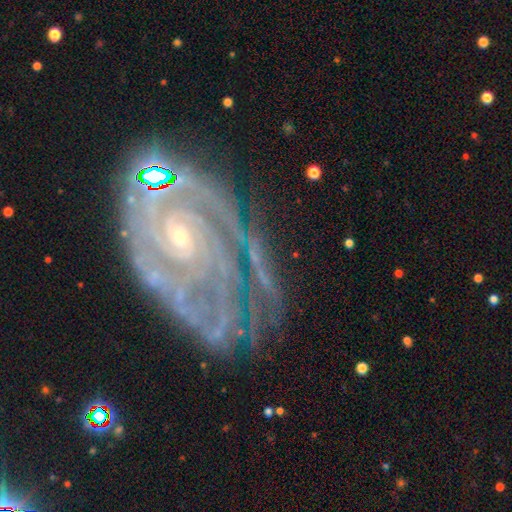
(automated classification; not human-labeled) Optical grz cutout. It shows a featured or disk galaxy (88%) with no bar (57%), 2 (24%) tight (79%) spiral arms (98%) and a small central bulge (75%). Merging: none (64%).